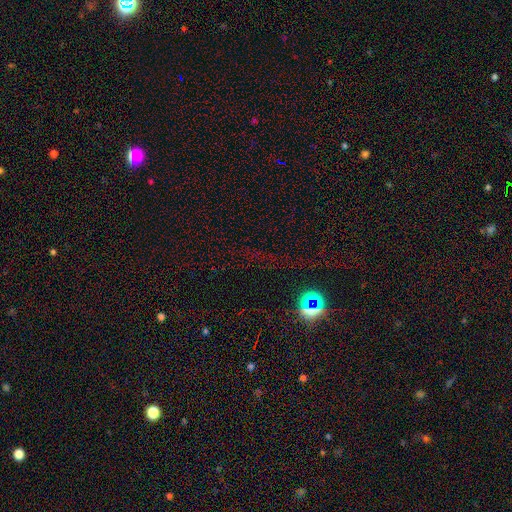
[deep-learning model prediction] Smooth or featured?
  - star or artifact: 77% *
  - smooth: 15%
  - featured or disk: 8%